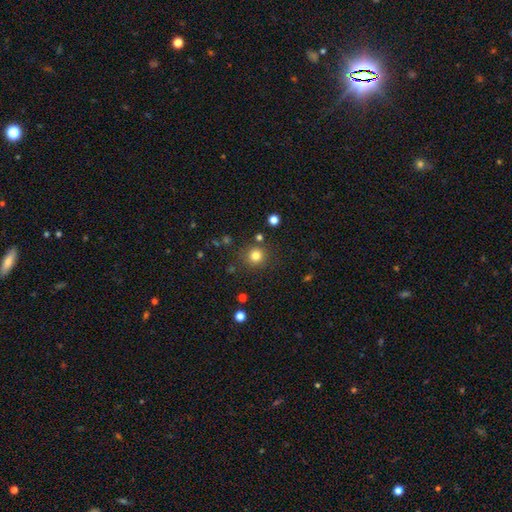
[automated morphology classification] Q: Smooth or featured?
A: smooth (80%); runner-up: star or artifact (14%)
Q: How rounded?
A: round (93%); runner-up: in between (6%)
Q: Merging?
A: none (85%); runner-up: minor disturbance (8%)